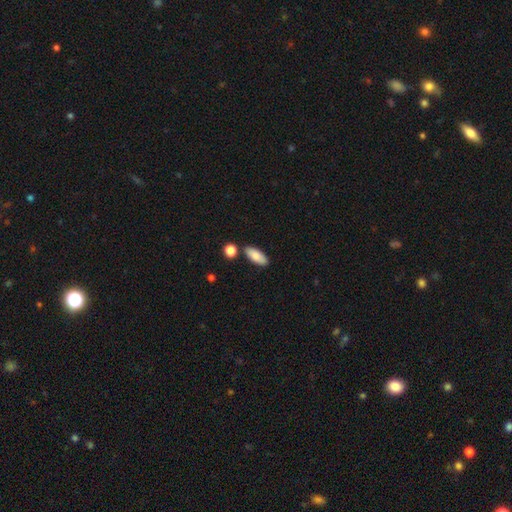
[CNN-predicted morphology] Overall: smooth (84%). How rounded: in between (81%). Merging: none (82%).